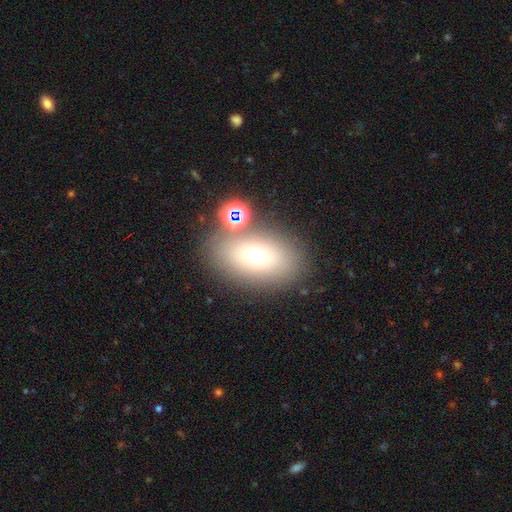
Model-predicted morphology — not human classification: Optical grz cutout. It shows a smooth galaxy with no disk features (65%) that is in between round and cigar-shaped (78%). Merging: none (73%).